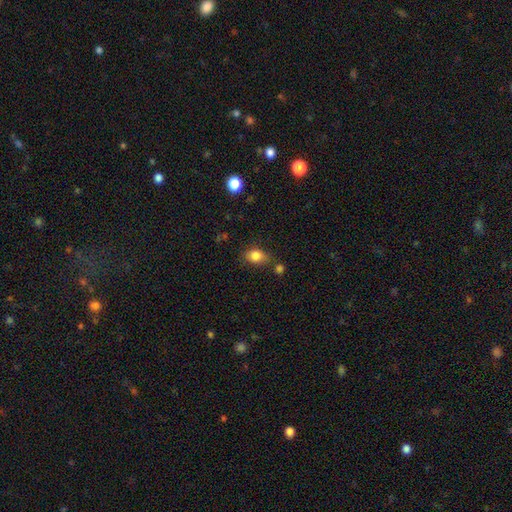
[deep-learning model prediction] Q: Smooth or featured?
A: smooth (83%); runner-up: star or artifact (9%)
Q: How rounded?
A: in between (71%); runner-up: round (27%)
Q: Merging?
A: none (71%); runner-up: minor disturbance (18%)